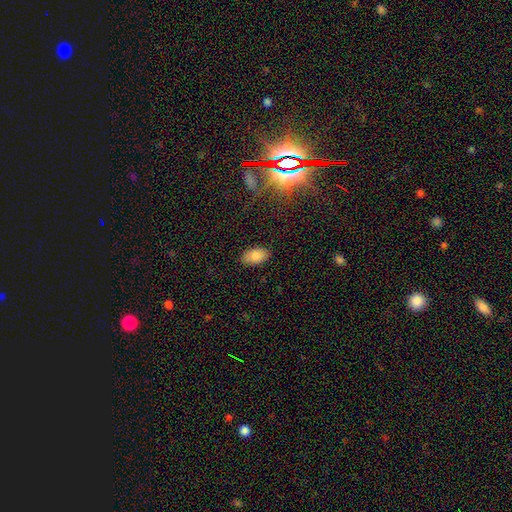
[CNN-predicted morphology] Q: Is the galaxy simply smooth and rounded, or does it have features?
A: smooth — 85%.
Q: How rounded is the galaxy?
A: in between — 93%.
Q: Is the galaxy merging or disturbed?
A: none — 85%.